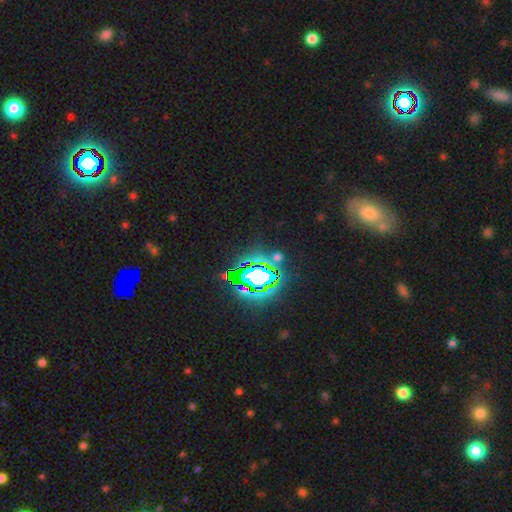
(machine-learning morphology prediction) smooth-or-featured: star or artifact: 78% | smooth: 12% | featured or disk: 10%